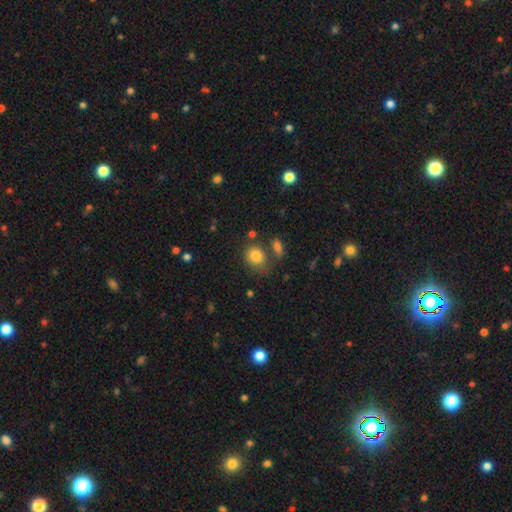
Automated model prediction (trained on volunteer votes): The model was most divided on "how rounded": in between: 50%, round: 49%, cigar-shaped: 1%. More confident: smooth or featured — smooth (83%); merging — none (58%).